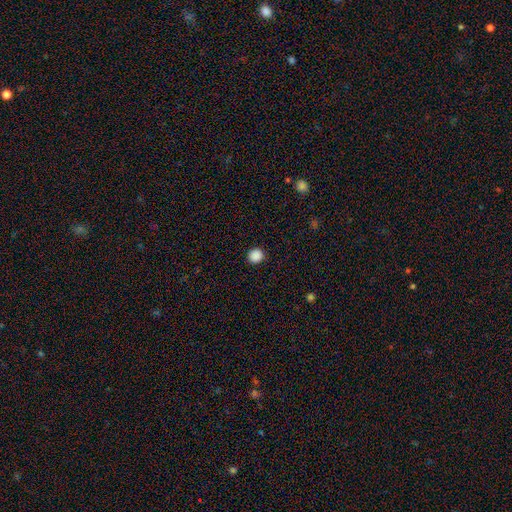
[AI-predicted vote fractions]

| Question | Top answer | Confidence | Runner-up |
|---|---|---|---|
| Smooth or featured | smooth | 88% | star or artifact (10%) |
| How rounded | round | 91% | in between (8%) |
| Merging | none | 93% | minor disturbance (5%) |